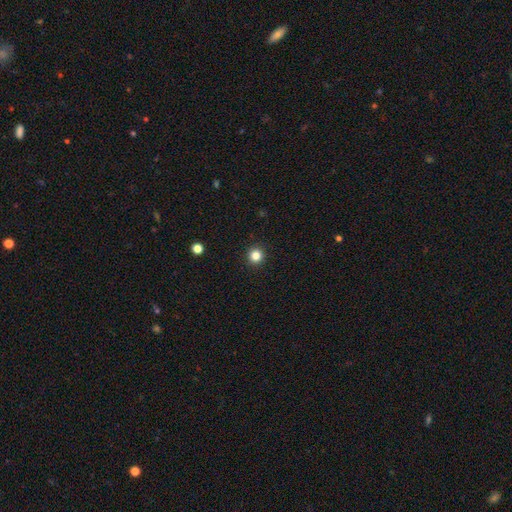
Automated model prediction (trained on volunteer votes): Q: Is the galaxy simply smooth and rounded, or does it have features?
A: smooth — 83%.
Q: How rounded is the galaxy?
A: round — 95%.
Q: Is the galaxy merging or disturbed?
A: none — 93%.